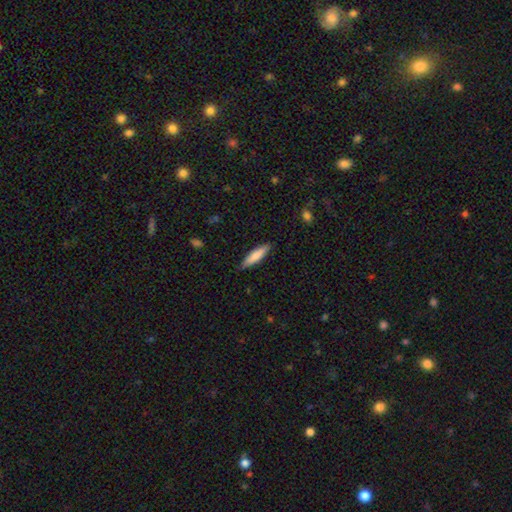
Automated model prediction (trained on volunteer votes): smooth 80%, featured or disk 14%, star or artifact 5%. Down the decision tree: how rounded — cigar-shaped (77%); merging — none (85%).